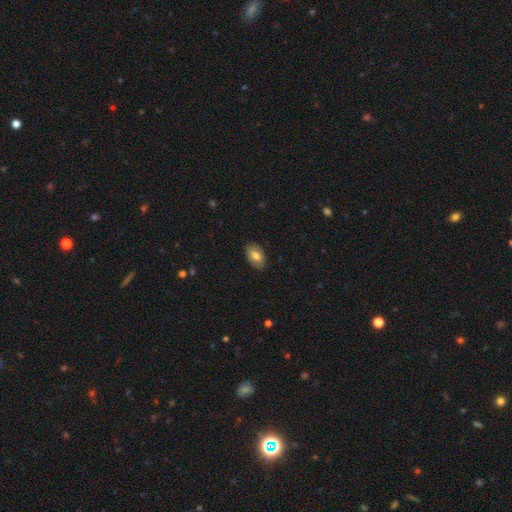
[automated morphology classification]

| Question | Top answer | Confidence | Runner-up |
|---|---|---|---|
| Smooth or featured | smooth | 75% | featured or disk (18%) |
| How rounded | in between | 92% | round (7%) |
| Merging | none | 86% | minor disturbance (11%) |